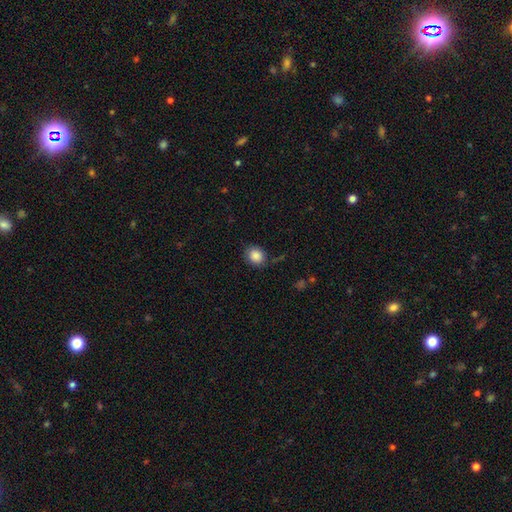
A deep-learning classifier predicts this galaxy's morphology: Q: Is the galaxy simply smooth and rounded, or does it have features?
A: smooth — 87%.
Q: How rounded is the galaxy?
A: round — 75%.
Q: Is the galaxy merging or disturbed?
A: none — 80%.